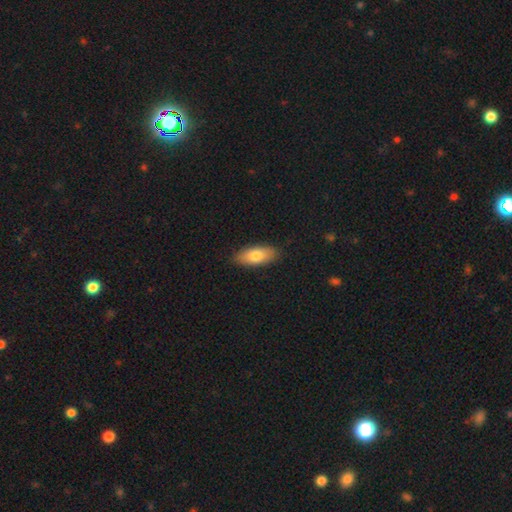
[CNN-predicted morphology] This appears to be a smooth galaxy with no disk features (79%) that is in between round and cigar-shaped (84%). Merging: none (87%).